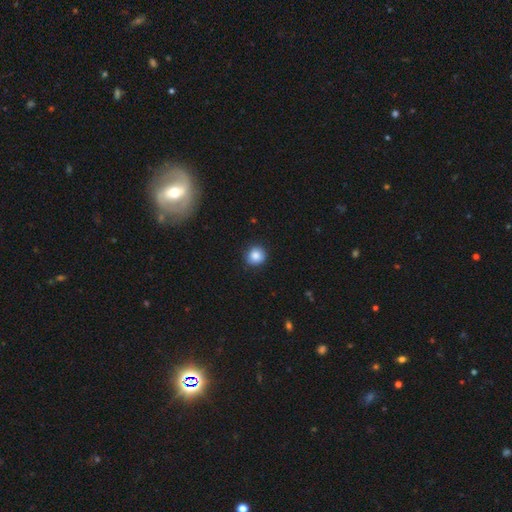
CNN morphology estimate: type=smooth (86%); roundness=round (90%); merging=none (87%).